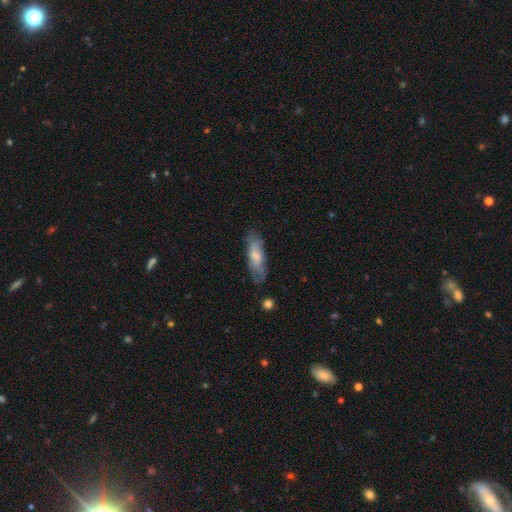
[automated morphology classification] type=smooth (63%); roundness=in between (54%); merging=none (66%).